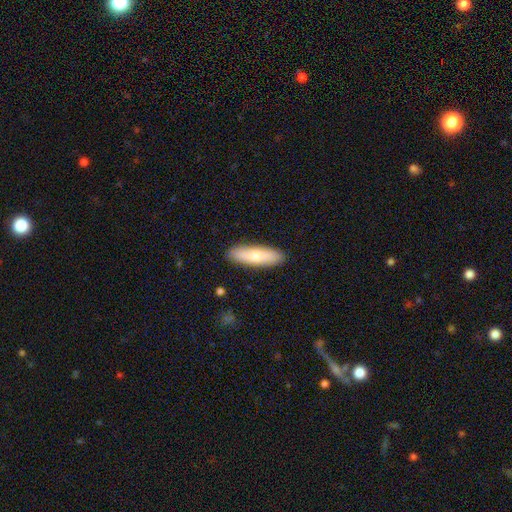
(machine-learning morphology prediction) Smooth or featured?
  - smooth: 75% *
  - featured or disk: 20%
  - star or artifact: 5%
How rounded?
  - cigar-shaped: 61% *
  - in between: 37%
  - round: 2%
Merging?
  - none: 90% *
  - minor disturbance: 8%
  - major disturbance: 2%
  - merger: 1%